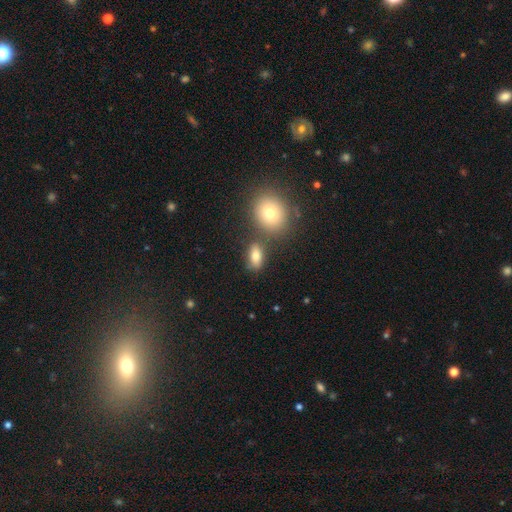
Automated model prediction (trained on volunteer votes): A smooth galaxy with no disk features (78%) that is in between round and cigar-shaped (81%).

Vote fractions:
- Smooth or featured? smooth: 78% / featured or disk: 11% / star or artifact: 11%
- How rounded? in between: 81% / round: 13% / cigar-shaped: 6%
- Merging? none: 71% / minor disturbance: 13% / merger: 12% / major disturbance: 5%